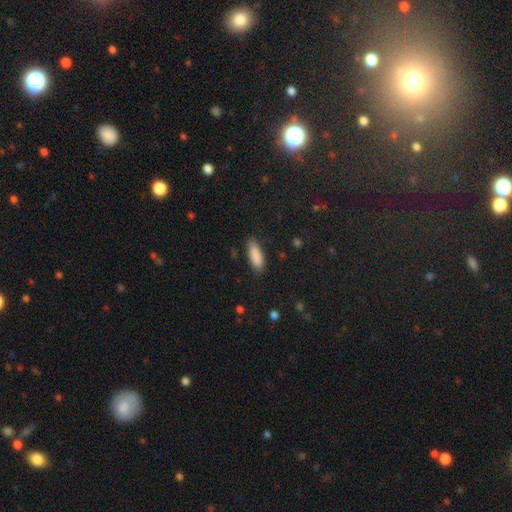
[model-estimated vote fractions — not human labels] This is clearly a smooth galaxy (89%). How rounded: likely in between (68%). Merging: clearly none (84%).